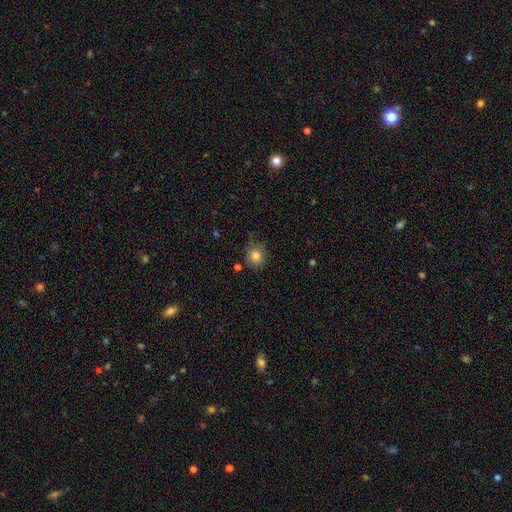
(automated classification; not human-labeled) Smooth or featured? Predicted: smooth (p=0.81). How rounded? Predicted: round (p=0.82). Merging? Predicted: none (p=0.73).